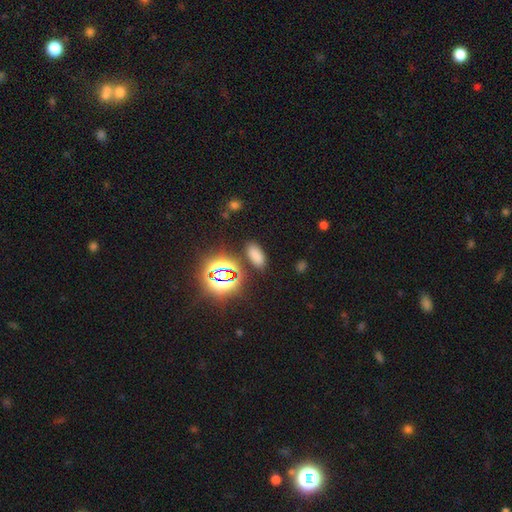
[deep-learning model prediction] smooth 66%, star or artifact 28%, featured or disk 6%. Down the decision tree: how rounded — in between (88%); merging — none (85%).